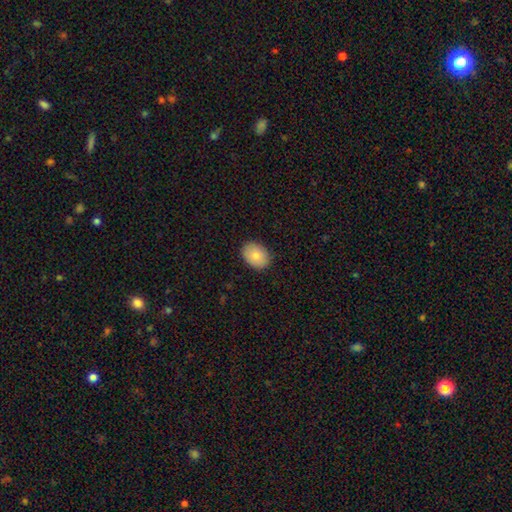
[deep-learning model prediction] A smooth galaxy with no disk features (82%) that is in between round and cigar-shaped (71%). Merging: none (89%).